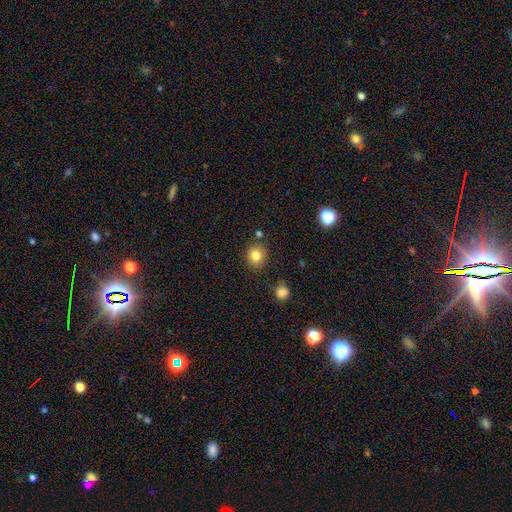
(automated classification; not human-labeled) A smooth galaxy with no disk features (82%) that is round (89%).

Vote fractions:
- Smooth or featured? smooth: 82% / star or artifact: 12% / featured or disk: 6%
- How rounded? round: 89% / in between: 10% / cigar-shaped: 1%
- Merging? none: 84% / minor disturbance: 9% / merger: 5% / major disturbance: 2%